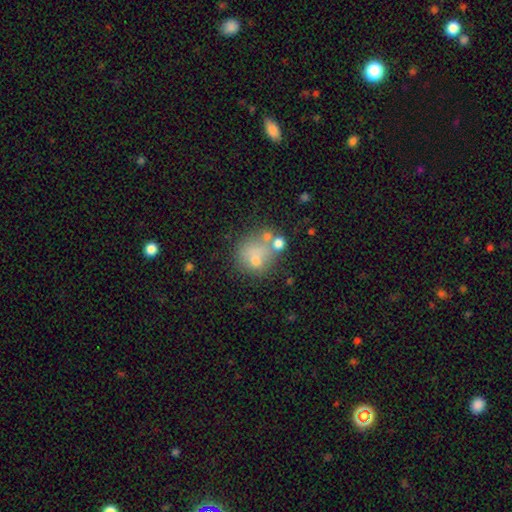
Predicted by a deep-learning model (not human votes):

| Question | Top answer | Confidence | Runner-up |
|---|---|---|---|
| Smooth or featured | smooth | 64% | featured or disk (21%) |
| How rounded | round | 76% | in between (23%) |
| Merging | none | 43% | merger (27%) |